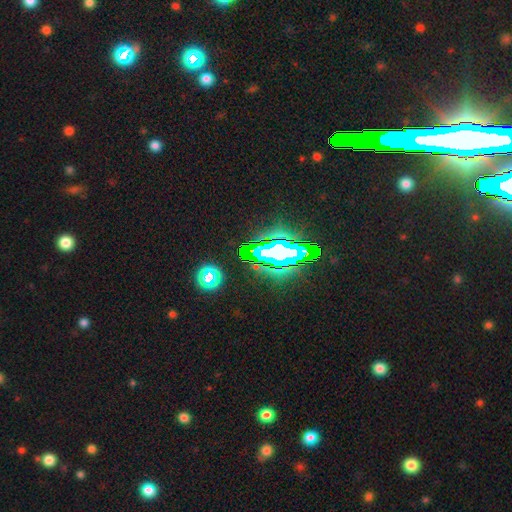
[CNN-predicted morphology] This is likely a star or artifact rather than a galaxy (68%).